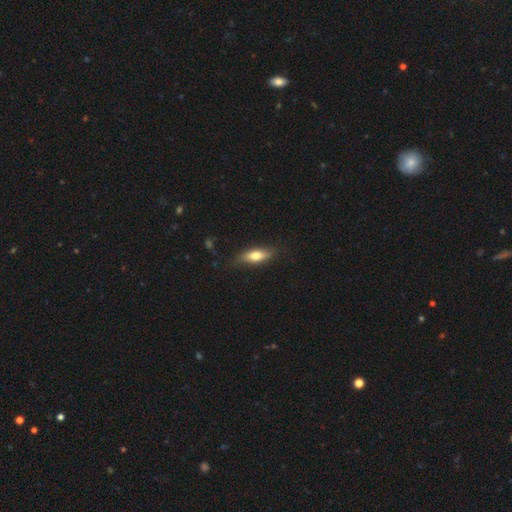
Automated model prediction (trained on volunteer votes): Smooth or featured: smooth — 68% (featured or disk — 26%)
How rounded: in between — 57% (cigar-shaped — 40%)
Merging: none — 77% (minor disturbance — 17%)